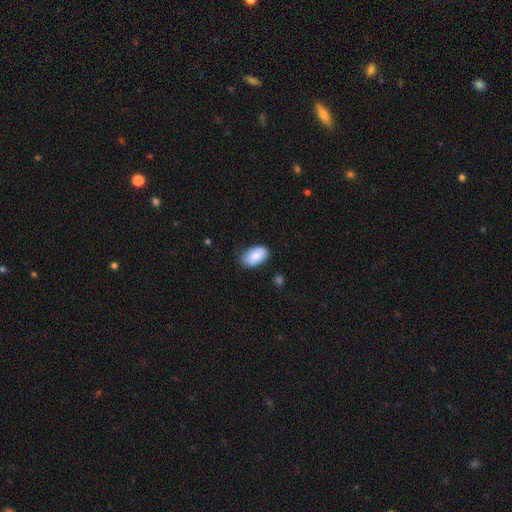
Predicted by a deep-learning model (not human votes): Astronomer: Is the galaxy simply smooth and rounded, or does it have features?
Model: smooth — 83%.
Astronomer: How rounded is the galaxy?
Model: in between — 94%.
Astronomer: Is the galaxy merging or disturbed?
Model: none — 76%.